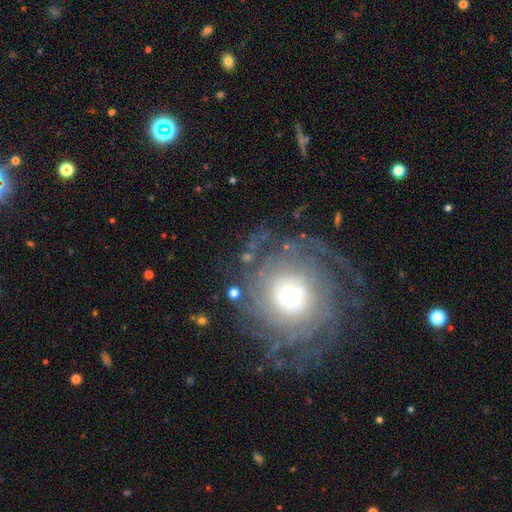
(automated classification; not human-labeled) Q: Smooth or featured?
A: featured or disk (77%); runner-up: smooth (13%)
Q: Edge-on disk?
A: no (97%); runner-up: yes (3%)
Q: Bar?
A: no (80%); runner-up: weak (15%)
Q: Spiral arms?
A: yes (92%); runner-up: no (8%)
Q: Spiral winding?
A: tight (74%); runner-up: medium (20%)
Q: Spiral arm count?
A: can't tell (39%); runner-up: more than 4 (15%)
Q: Bulge size?
A: moderate (55%); runner-up: large (28%)
Q: Merging?
A: none (79%); runner-up: minor disturbance (12%)